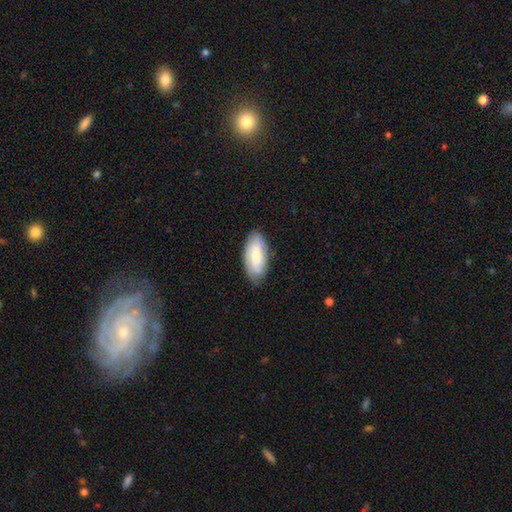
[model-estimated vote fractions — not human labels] Smooth or featured: smooth — 54% (featured or disk — 40%)
How rounded: in between — 88% (cigar-shaped — 9%)
Merging: none — 80% (minor disturbance — 15%)